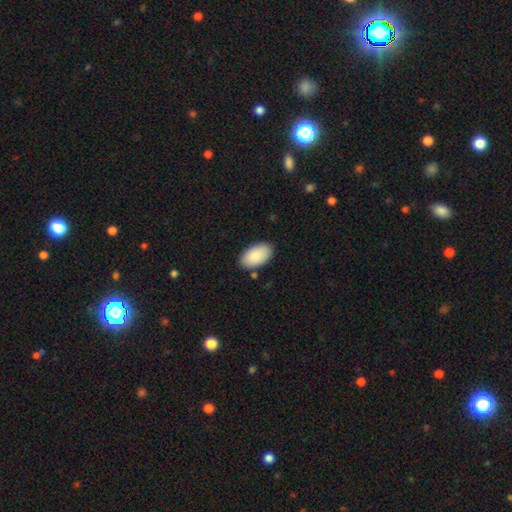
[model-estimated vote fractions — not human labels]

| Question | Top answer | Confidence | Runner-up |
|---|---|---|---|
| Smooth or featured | smooth | 89% | star or artifact (6%) |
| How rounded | in between | 96% | round (3%) |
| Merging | none | 85% | minor disturbance (11%) |